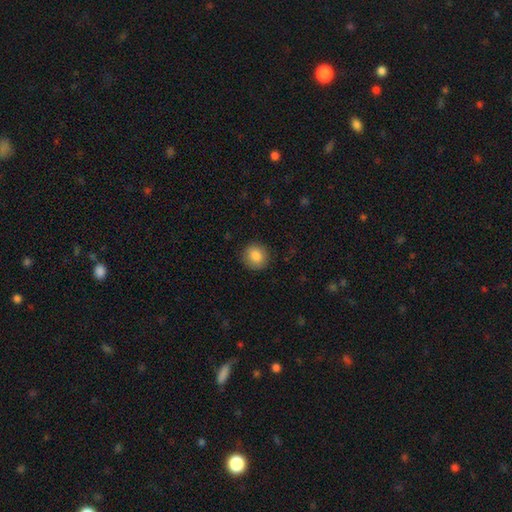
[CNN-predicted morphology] Smooth or featured? smooth (85%)
How rounded? round (89%)
Merging? none (90%)